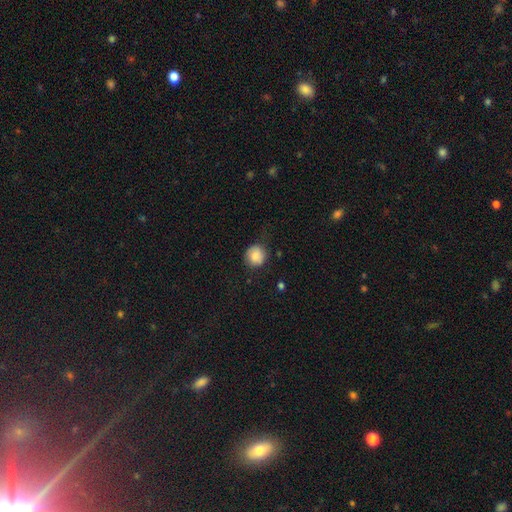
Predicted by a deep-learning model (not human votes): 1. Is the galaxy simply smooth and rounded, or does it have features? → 82% smooth, 10% featured or disk, 8% star or artifact.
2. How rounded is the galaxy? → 89% round, 10% in between, 1% cigar-shaped.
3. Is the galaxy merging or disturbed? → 76% none, 18% minor disturbance, 5% major disturbance, 1% merger.